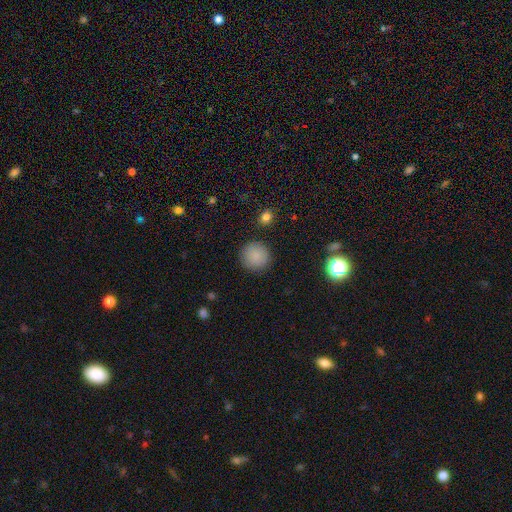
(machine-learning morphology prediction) A smooth galaxy with no disk features (87%) that is round (95%).

Vote fractions:
- Smooth or featured? smooth: 87% / star or artifact: 8% / featured or disk: 5%
- How rounded? round: 95% / in between: 5% / cigar-shaped: 1%
- Merging? none: 91% / minor disturbance: 6% / major disturbance: 2% / merger: 1%